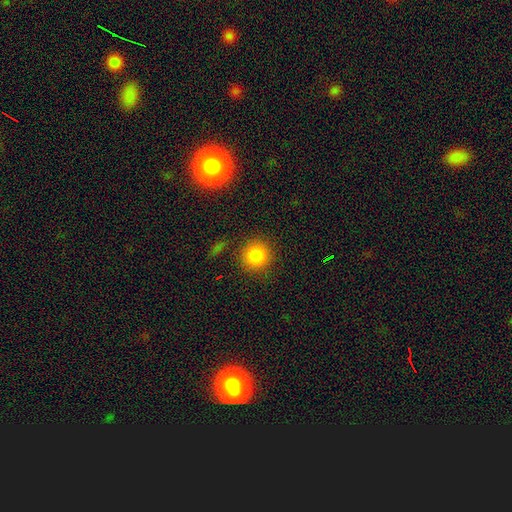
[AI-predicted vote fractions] A smooth galaxy with no disk features (83%) that is round (92%).

Vote fractions:
- Smooth or featured? smooth: 83% / star or artifact: 11% / featured or disk: 6%
- How rounded? round: 92% / in between: 7% / cigar-shaped: 1%
- Merging? none: 87% / minor disturbance: 8% / major disturbance: 3% / merger: 3%